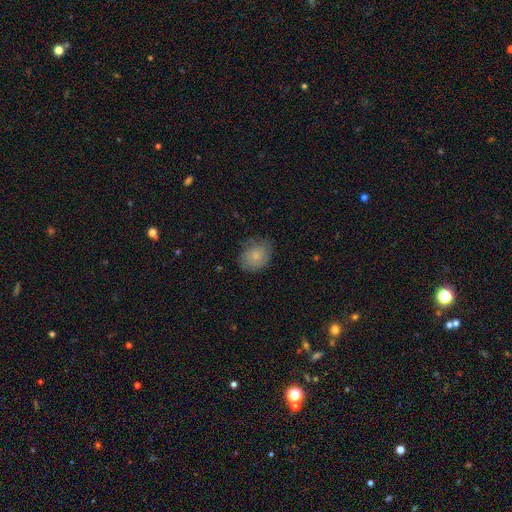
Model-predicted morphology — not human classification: smooth-or-featured: smooth: 77% | featured or disk: 15% | star or artifact: 8%
  how-rounded: in between: 50% | round: 49% | cigar-shaped: 1%
  merging: none: 71% | minor disturbance: 22% | major disturbance: 6% | merger: 1%